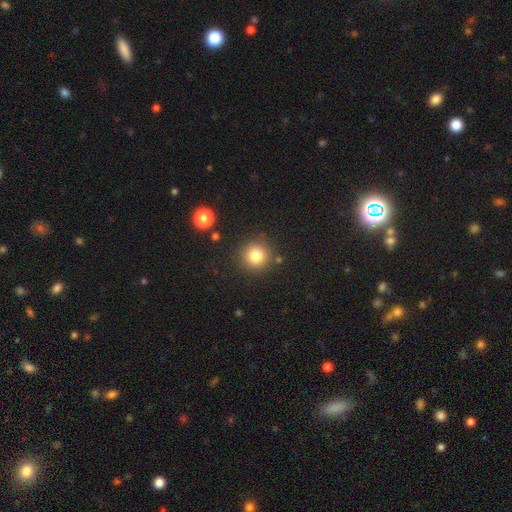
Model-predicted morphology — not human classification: Smooth or featured? smooth (81%)
How rounded? round (94%)
Merging? none (85%)